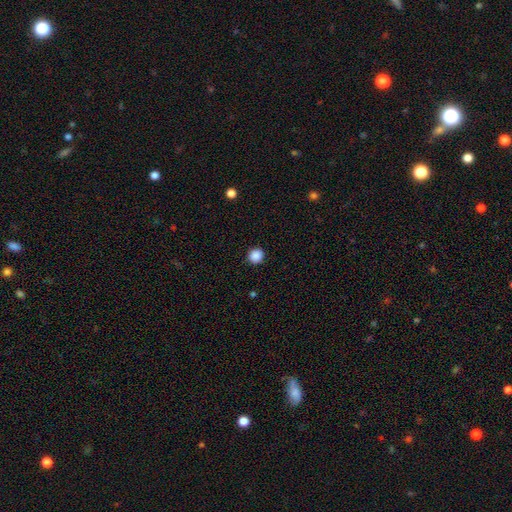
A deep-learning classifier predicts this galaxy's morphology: type=smooth (88%); roundness=round (92%); merging=none (91%).